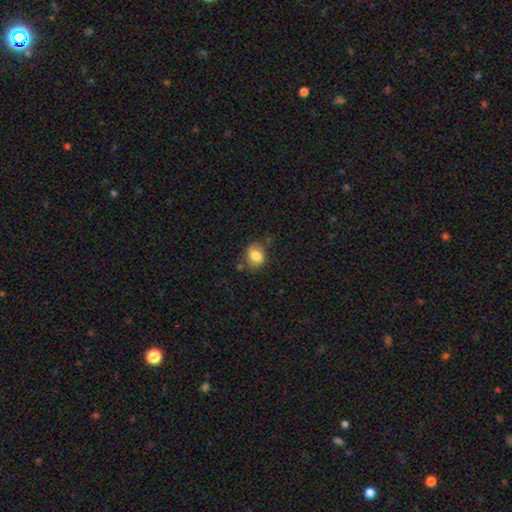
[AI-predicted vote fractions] This is clearly a smooth galaxy (82%). How rounded: possibly in between (51%). Merging: likely none (72%).